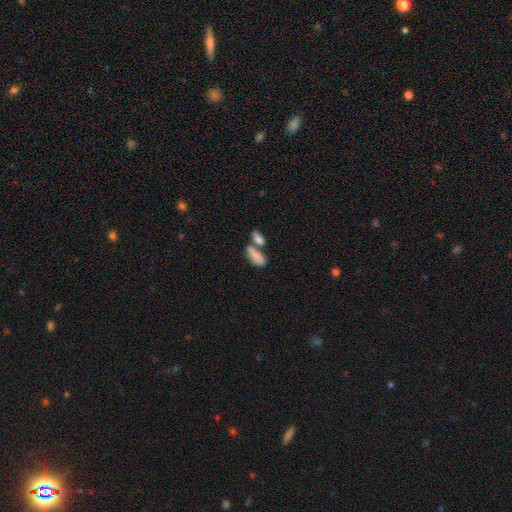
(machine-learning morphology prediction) smooth_or_featured: smooth (p=0.77) [alt: featured or disk p=0.15]
how_rounded: in between (p=0.82) [alt: cigar-shaped p=0.14]
merging: merger (p=0.51) [alt: none p=0.32]